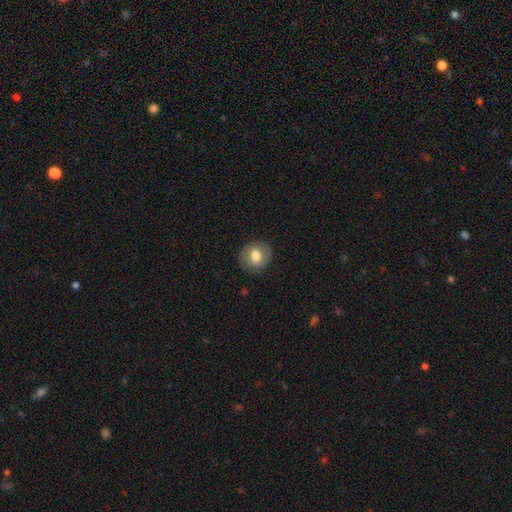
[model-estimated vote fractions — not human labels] Q: Smooth or featured?
A: smooth (72%); runner-up: featured or disk (20%)
Q: How rounded?
A: round (78%); runner-up: in between (21%)
Q: Merging?
A: none (86%); runner-up: minor disturbance (10%)